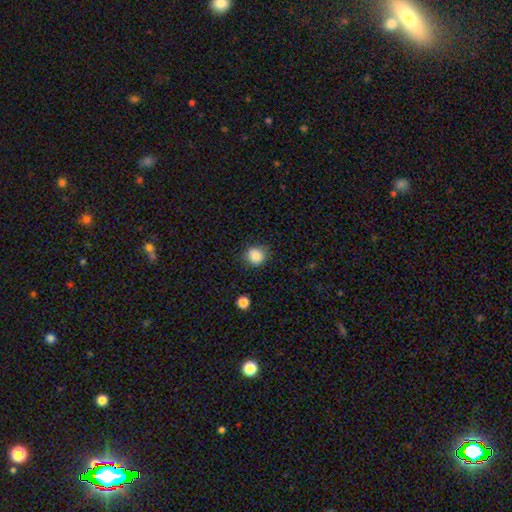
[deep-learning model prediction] Smooth or featured? smooth (84%)
How rounded? round (90%)
Merging? none (85%)